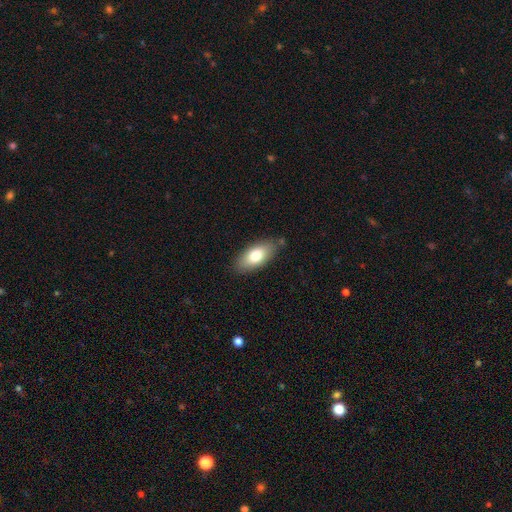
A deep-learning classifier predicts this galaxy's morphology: Q: Smooth or featured?
A: smooth (77%); runner-up: featured or disk (16%)
Q: How rounded?
A: in between (88%); runner-up: cigar-shaped (9%)
Q: Merging?
A: none (81%); runner-up: minor disturbance (14%)